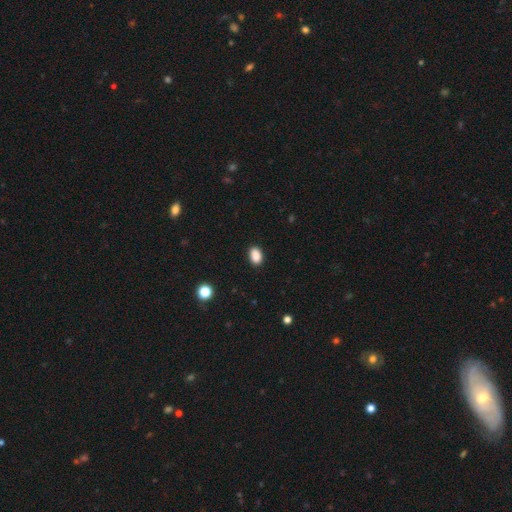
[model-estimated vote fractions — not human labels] Morphology: type=smooth (88%); roundness=in between (85%); merging=none (87%).